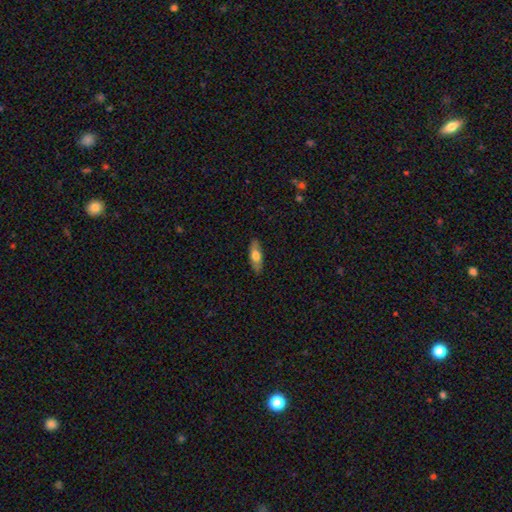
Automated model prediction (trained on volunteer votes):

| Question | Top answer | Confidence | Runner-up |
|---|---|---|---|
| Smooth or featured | smooth | 66% | featured or disk (28%) |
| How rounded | in between | 68% | cigar-shaped (29%) |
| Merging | none | 86% | minor disturbance (11%) |